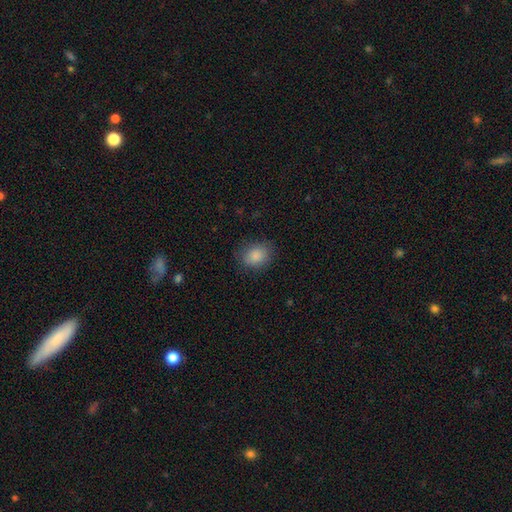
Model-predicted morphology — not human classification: Overall: smooth (87%). How rounded: in between (52%; round 47%). Merging: none (81%).